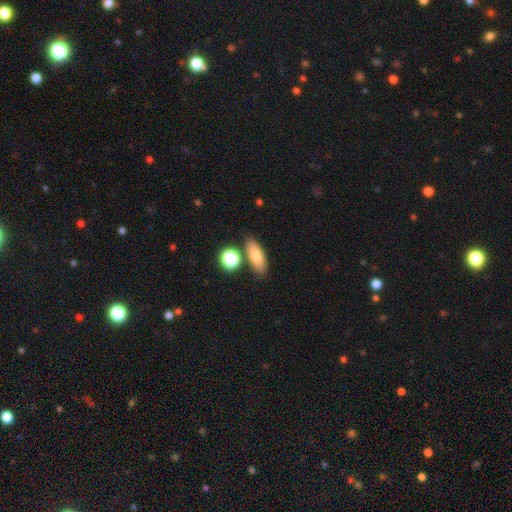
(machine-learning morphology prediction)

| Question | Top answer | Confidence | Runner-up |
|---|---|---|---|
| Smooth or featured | smooth | 79% | featured or disk (12%) |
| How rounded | in between | 70% | cigar-shaped (23%) |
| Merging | none | 76% | minor disturbance (12%) |